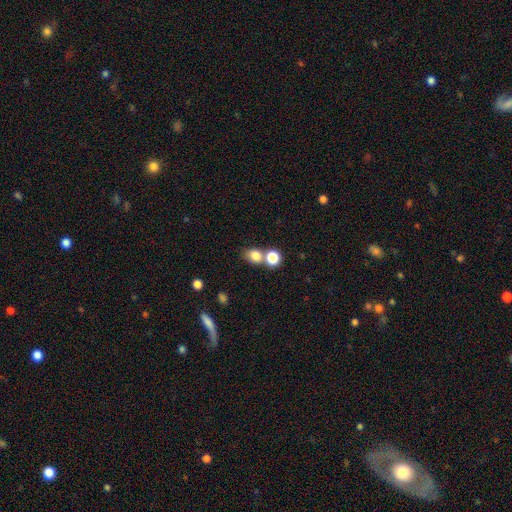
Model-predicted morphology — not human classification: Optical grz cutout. It shows a smooth galaxy with no disk features (79%) that is round (53%). Merging: none (49%).